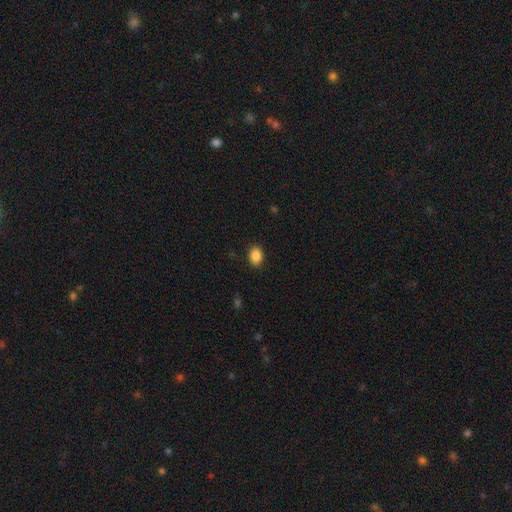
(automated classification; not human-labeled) A smooth galaxy with no disk features (88%) that is in between round and cigar-shaped (78%). Merging: none (89%).